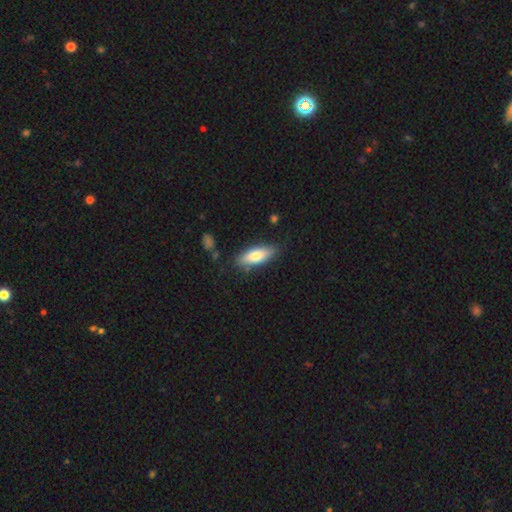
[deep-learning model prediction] smooth_or_featured: smooth (p=0.75) [alt: featured or disk p=0.19]
how_rounded: in between (p=0.68) [alt: cigar-shaped p=0.30]
merging: none (p=0.80) [alt: minor disturbance p=0.14]